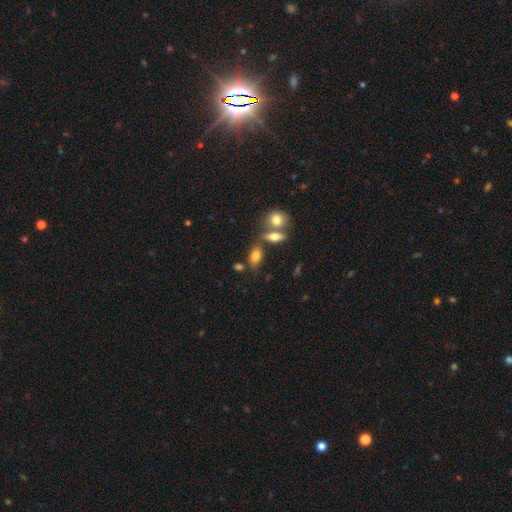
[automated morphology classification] A smooth galaxy with no disk features (77%) that is in between round and cigar-shaped (84%). Merging: none (56%).